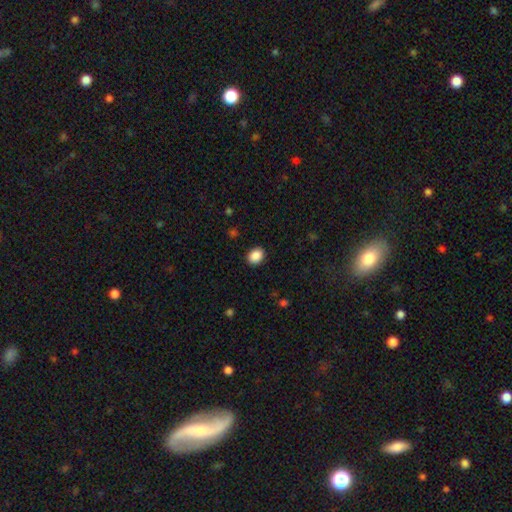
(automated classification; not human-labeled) Q: Smooth or featured?
A: smooth (89%); runner-up: star or artifact (8%)
Q: How rounded?
A: in between (53%); runner-up: round (46%)
Q: Merging?
A: none (90%); runner-up: minor disturbance (7%)